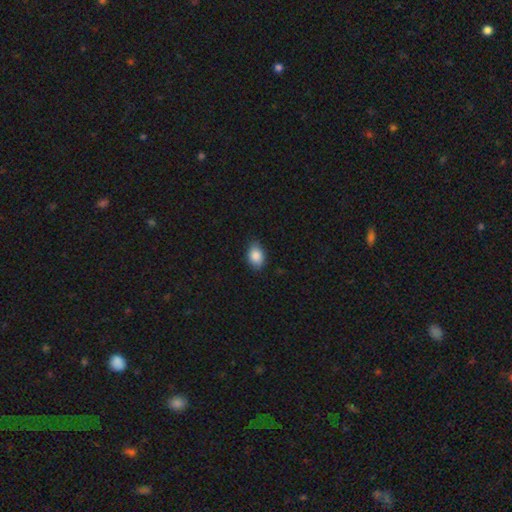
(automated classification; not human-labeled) smooth_or_featured: smooth (p=0.87) [alt: star or artifact p=0.08]
how_rounded: in between (p=0.83) [alt: round p=0.15]
merging: none (p=0.83) [alt: minor disturbance p=0.14]